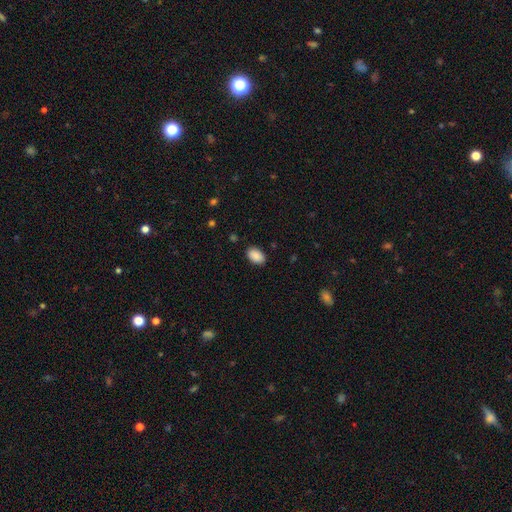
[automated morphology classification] Overall: smooth (90%). How rounded: in between (90%). Merging: none (87%).